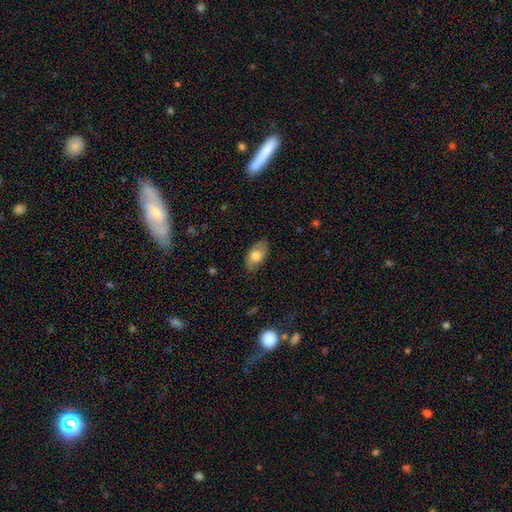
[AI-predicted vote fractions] Q: Smooth or featured?
A: smooth (73%); runner-up: featured or disk (20%)
Q: How rounded?
A: in between (92%); runner-up: round (5%)
Q: Merging?
A: none (76%); runner-up: minor disturbance (19%)